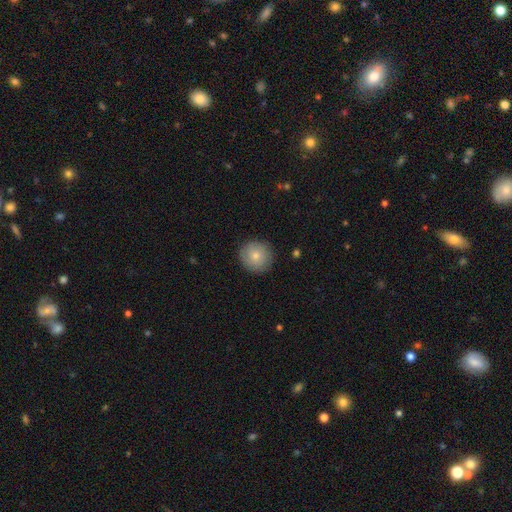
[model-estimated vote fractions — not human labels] Overall: smooth (76%). How rounded: round (94%). Merging: none (87%).